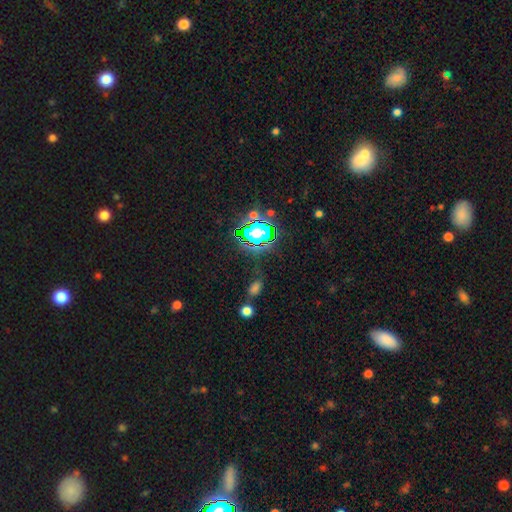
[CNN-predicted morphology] star or artifact 78%, smooth 14%, featured or disk 9%.